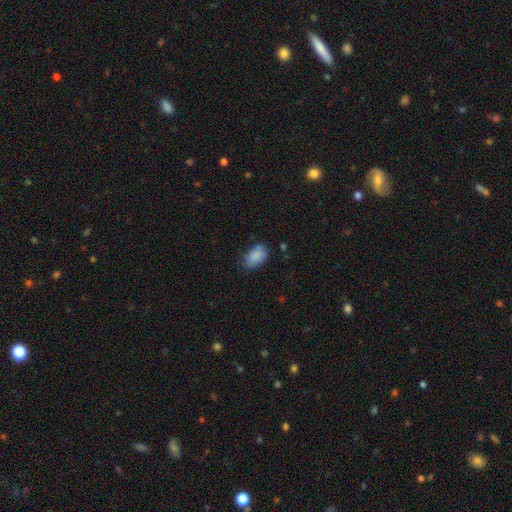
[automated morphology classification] Smooth or featured? smooth (86%)
How rounded? in between (89%)
Merging? none (68%)